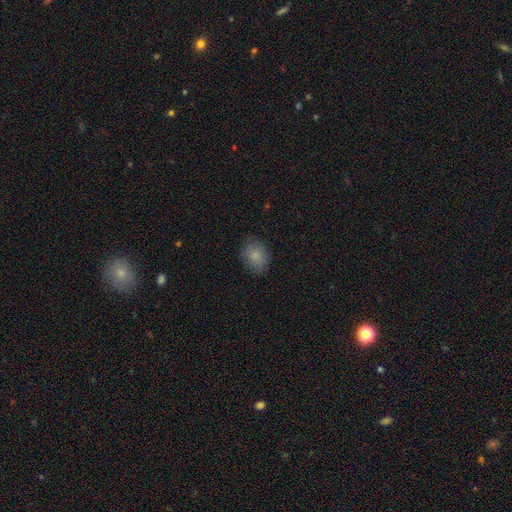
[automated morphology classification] smooth_or_featured: smooth (p=0.84) [alt: star or artifact p=0.09]
how_rounded: in between (p=0.56) [alt: round p=0.43]
merging: none (p=0.82) [alt: minor disturbance p=0.13]